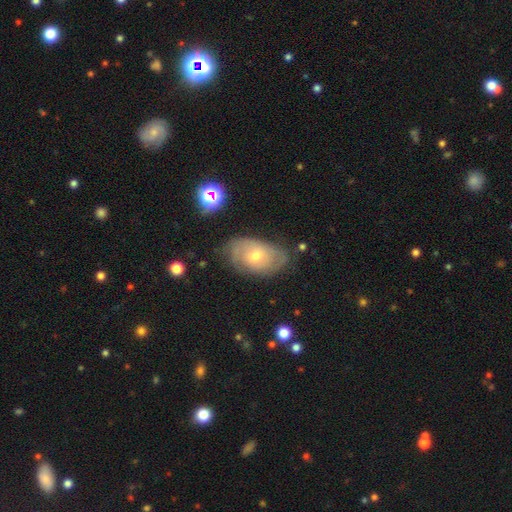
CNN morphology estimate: Smooth or featured? featured or disk (64%)
Edge-on disk? no (93%)
Bar? no (76%)
Spiral arms? yes (80%)
Bulge size? moderate (51%)
Merging? none (66%)